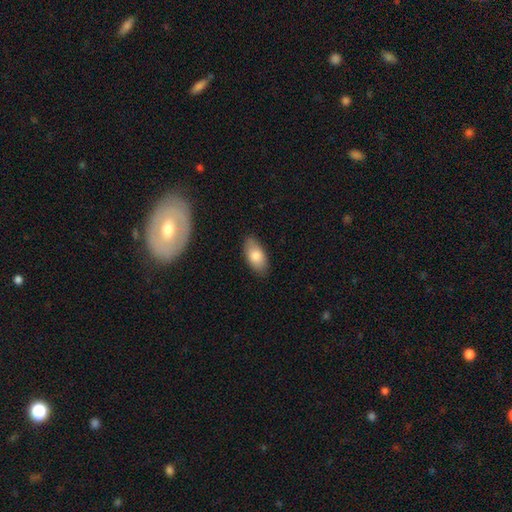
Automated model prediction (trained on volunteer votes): The model was most divided on "smooth or featured": smooth: 80%, featured or disk: 13%, star or artifact: 7%. More confident: how rounded — in between (92%); merging — none (84%).